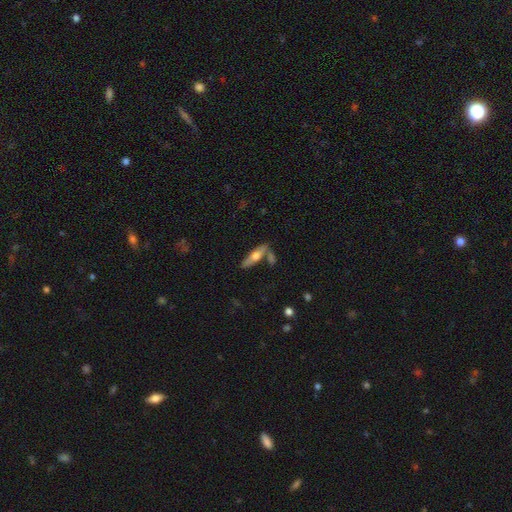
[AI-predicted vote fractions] Smooth or featured: smooth — 48% (featured or disk — 46%)
Merging: none — 66% (merger — 15%)